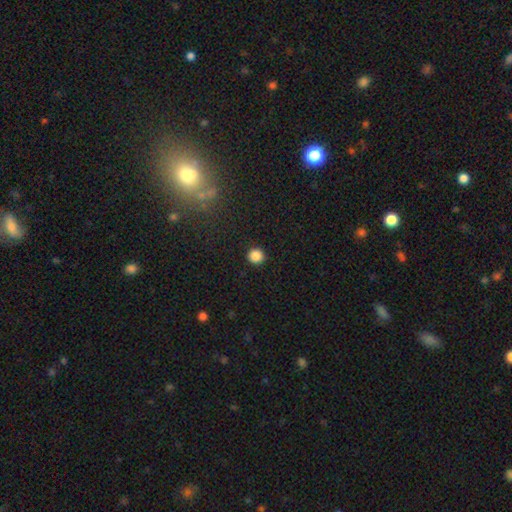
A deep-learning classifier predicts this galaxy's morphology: Smooth or featured? smooth (86%)
How rounded? round (95%)
Merging? none (92%)